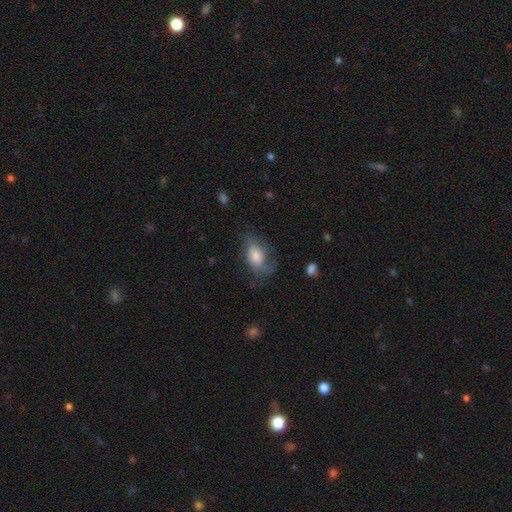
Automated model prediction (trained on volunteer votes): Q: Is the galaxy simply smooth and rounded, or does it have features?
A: smooth — 47%.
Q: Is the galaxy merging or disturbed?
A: none — 51%.